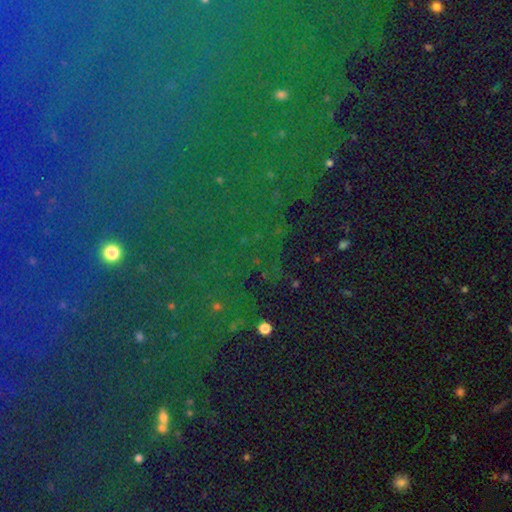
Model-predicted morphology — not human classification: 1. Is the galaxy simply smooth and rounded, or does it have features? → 84% star or artifact, 8% smooth, 7% featured or disk.